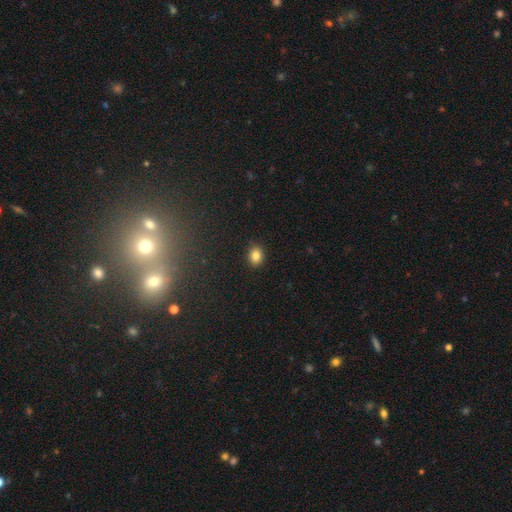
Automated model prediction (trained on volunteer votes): smooth_or_featured: smooth (p=0.85) [alt: star or artifact p=0.10]
how_rounded: in between (p=0.52) [alt: round p=0.47]
merging: none (p=0.88) [alt: minor disturbance p=0.08]